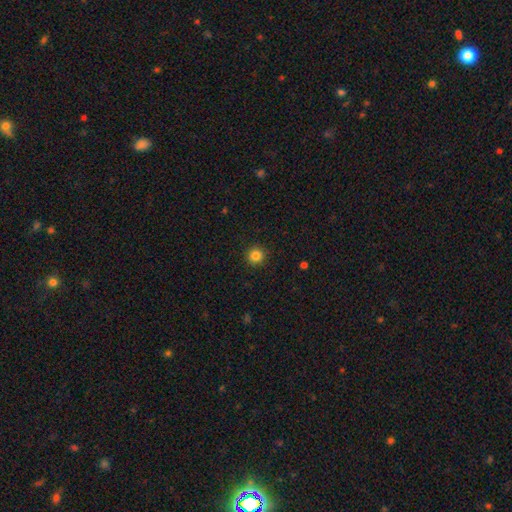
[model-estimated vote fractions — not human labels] Overall: smooth (85%). How rounded: round (93%). Merging: none (92%).